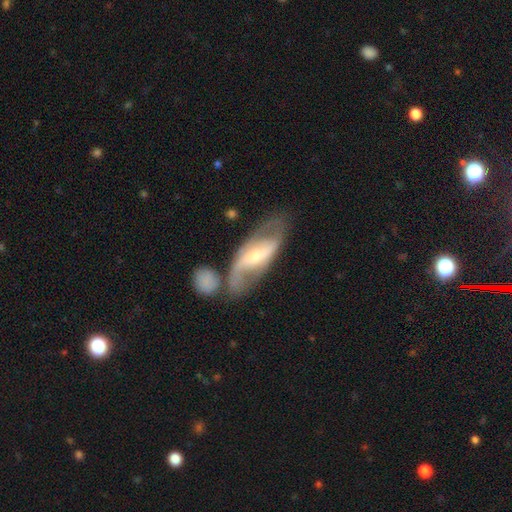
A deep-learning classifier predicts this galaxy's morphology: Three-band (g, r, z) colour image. It shows a featured or disk galaxy (76%) with a strong bar (40%), 2 (83%) loose (45%) spiral arms (85%) and a small central bulge (46%). Merging: none (55%).